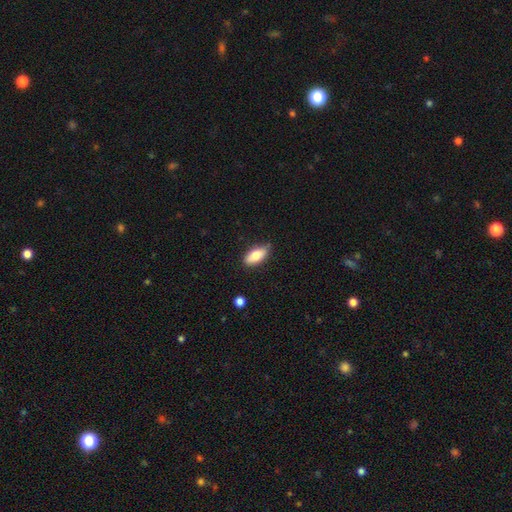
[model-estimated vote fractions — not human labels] smooth-or-featured: smooth: 77% | featured or disk: 17% | star or artifact: 7%
  how-rounded: in between: 87% | cigar-shaped: 10% | round: 3%
  merging: none: 78% | minor disturbance: 17% | major disturbance: 3% | merger: 2%